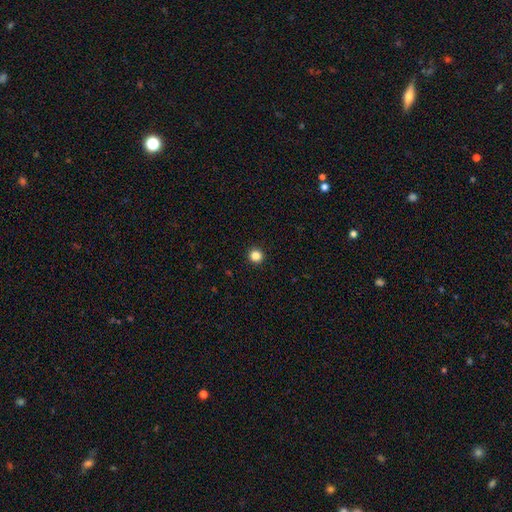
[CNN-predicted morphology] type=smooth (85%); roundness=round (95%); merging=none (94%).